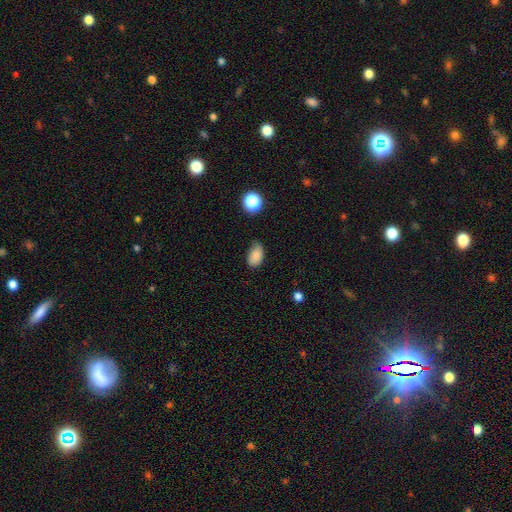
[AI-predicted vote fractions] This appears to be a smooth galaxy with no disk features (85%) that is in between round and cigar-shaped (90%). Merging: none (64%).